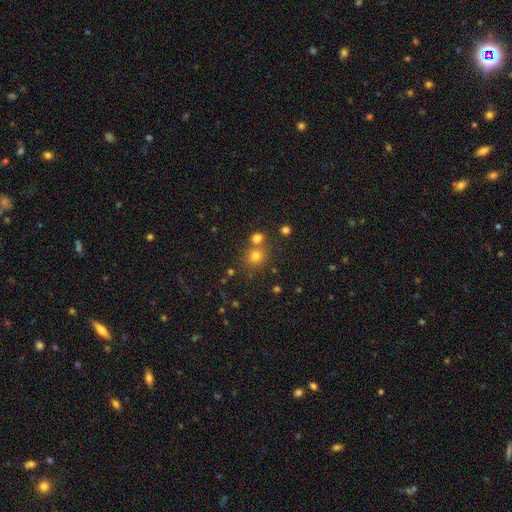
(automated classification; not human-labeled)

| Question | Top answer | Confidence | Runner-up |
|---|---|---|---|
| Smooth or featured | smooth | 72% | star or artifact (20%) |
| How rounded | round | 85% | in between (14%) |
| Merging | none | 66% | merger (23%) |